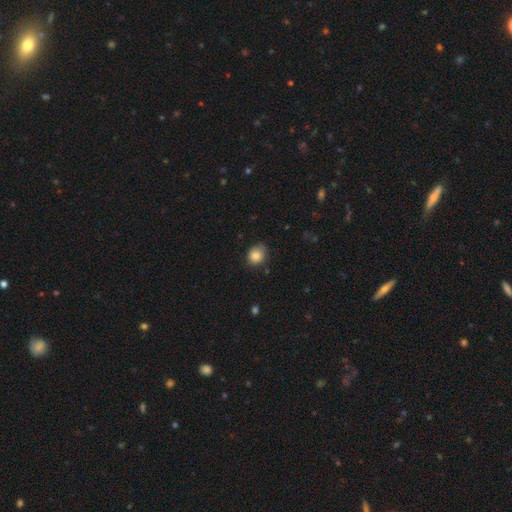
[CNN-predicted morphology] smooth 83%, star or artifact 10%, featured or disk 7%. Down the decision tree: how rounded — round (63%); merging — none (70%).